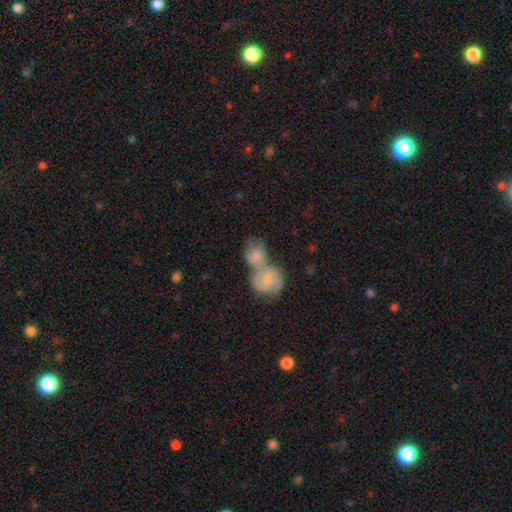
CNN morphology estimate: Smooth or featured? smooth (57%)
How rounded? in between (50%)
Merging? merger (77%)